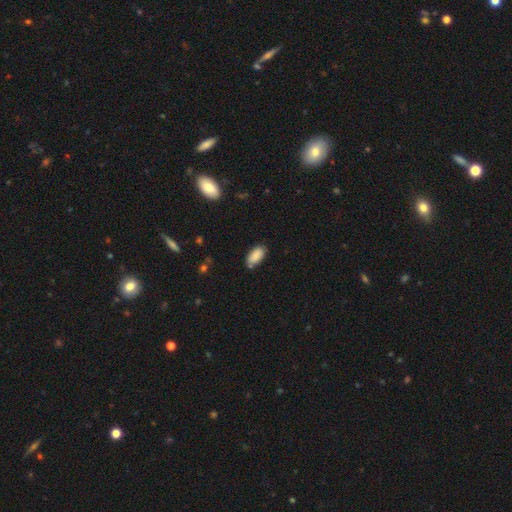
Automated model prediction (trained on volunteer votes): The model was most divided on "merging": none: 74%, minor disturbance: 19%, merger: 4%, major disturbance: 3%. More confident: how rounded — in between (92%); smooth or featured — smooth (88%).